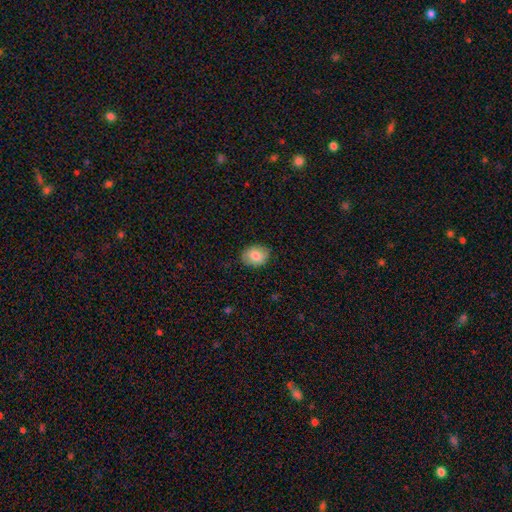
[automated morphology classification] This is clearly a smooth galaxy (82%). How rounded: likely in between (66%). Merging: clearly none (87%).